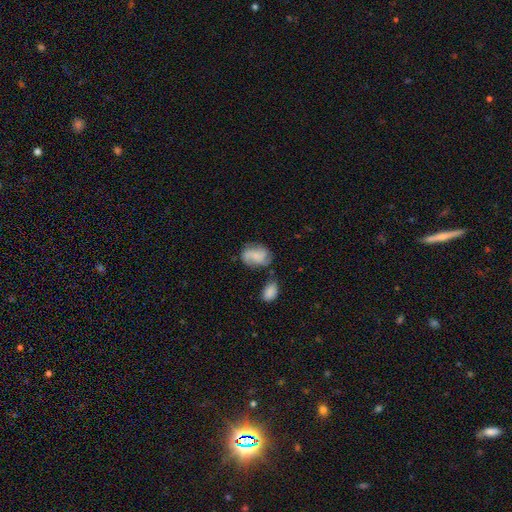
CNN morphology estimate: smooth_or_featured: smooth (p=0.48) [alt: featured or disk p=0.44]
merging: none (p=0.50) [alt: minor disturbance p=0.26]